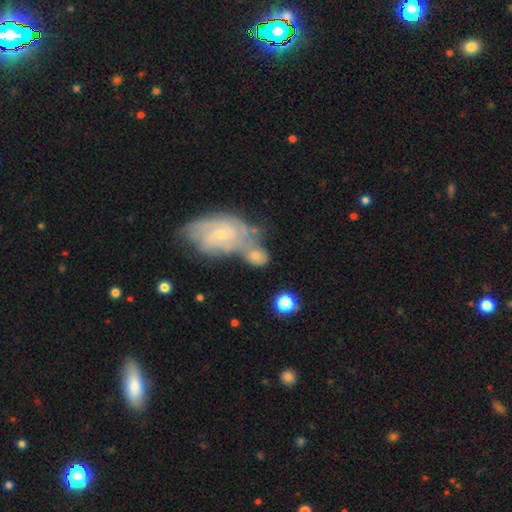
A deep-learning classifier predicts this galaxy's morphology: type=featured or disk (47%); merging=merger (48%).